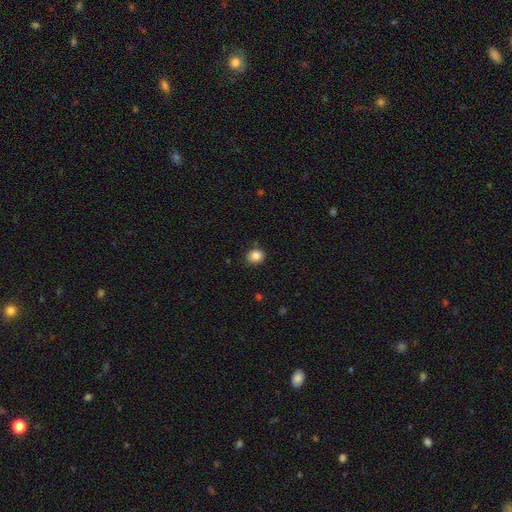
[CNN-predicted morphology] A smooth galaxy with no disk features (85%) that is round (68%).

Vote fractions:
- Smooth or featured? smooth: 85% / star or artifact: 10% / featured or disk: 5%
- How rounded? round: 68% / in between: 31% / cigar-shaped: 1%
- Merging? none: 81% / minor disturbance: 14% / major disturbance: 3% / merger: 2%